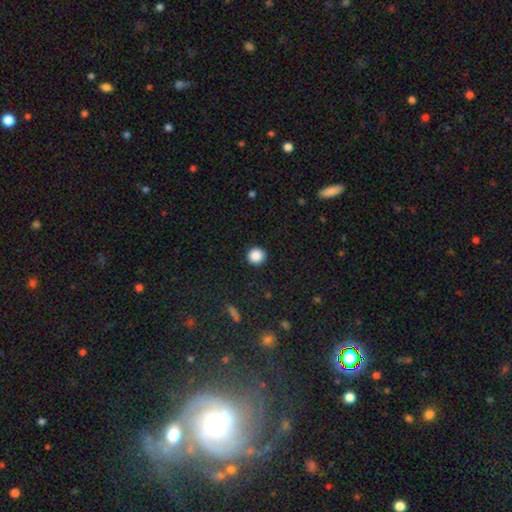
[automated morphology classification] Smooth or featured? Predicted: smooth (p=0.88). How rounded? Predicted: round (p=0.95). Merging? Predicted: none (p=0.92).